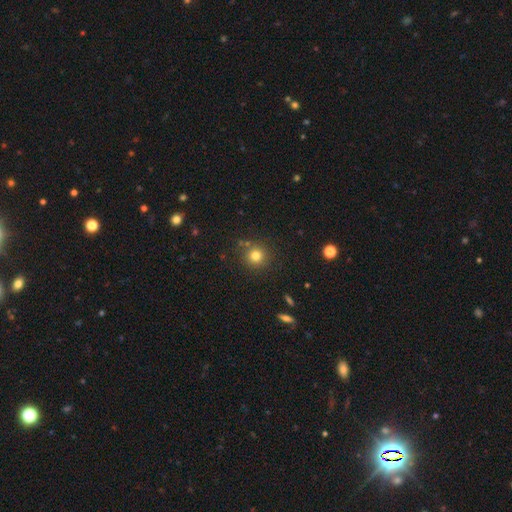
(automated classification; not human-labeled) Smooth or featured? Predicted: smooth (p=0.78). How rounded? Predicted: round (p=0.93). Merging? Predicted: none (p=0.84).